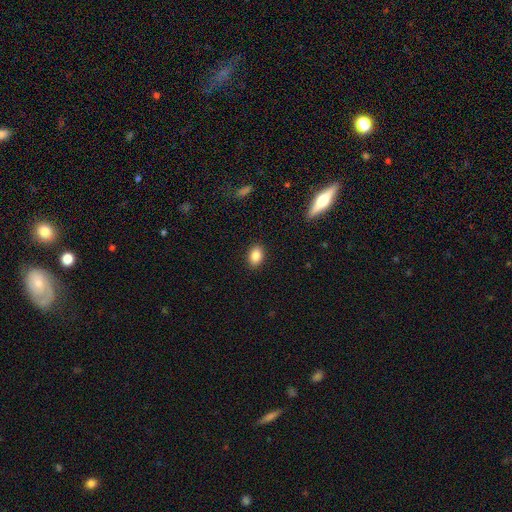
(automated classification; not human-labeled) This is clearly a smooth galaxy (87%). How rounded: likely in between (79%). Merging: clearly none (89%).